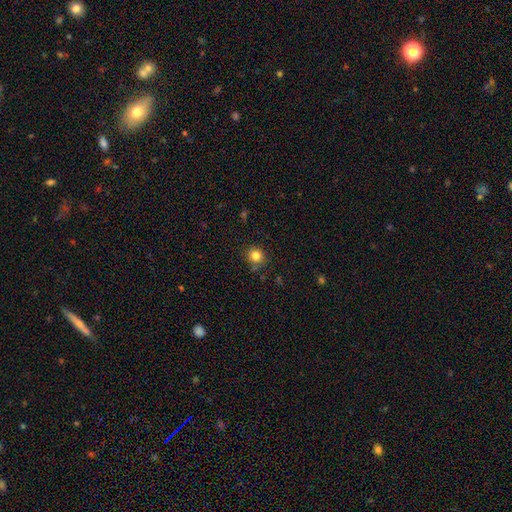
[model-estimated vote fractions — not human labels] Overall: smooth (82%). How rounded: round (87%). Merging: none (82%).